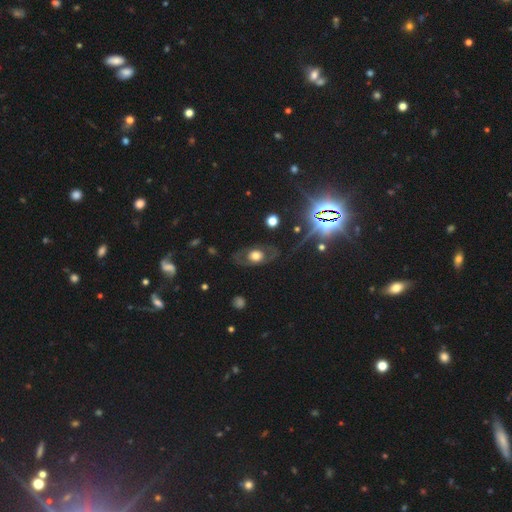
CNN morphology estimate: The model was most divided on "smooth or featured": featured or disk: 49%, smooth: 39%, star or artifact: 12%. More confident: merging — none (75%).